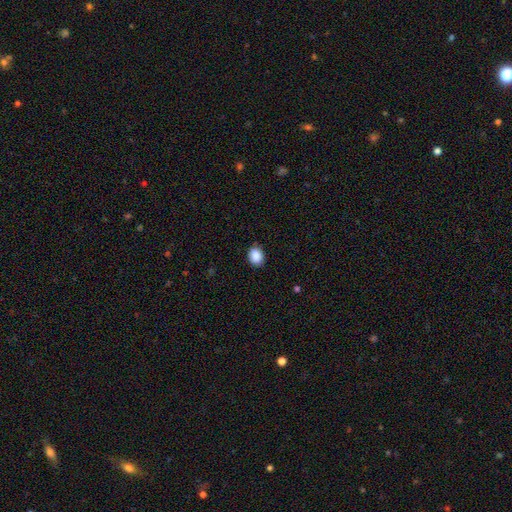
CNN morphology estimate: A smooth galaxy with no disk features (89%) that is in between round and cigar-shaped (58%).

Vote fractions:
- Smooth or featured? smooth: 89% / star or artifact: 8% / featured or disk: 3%
- How rounded? in between: 58% / round: 41% / cigar-shaped: 1%
- Merging? none: 86% / minor disturbance: 11% / major disturbance: 2% / merger: 1%